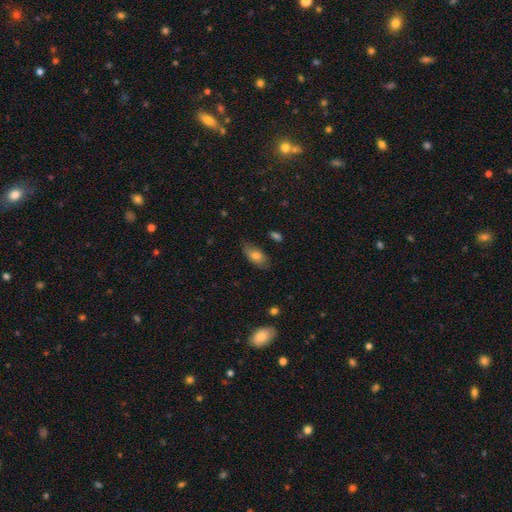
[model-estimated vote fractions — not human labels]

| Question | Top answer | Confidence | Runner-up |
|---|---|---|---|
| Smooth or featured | smooth | 75% | featured or disk (17%) |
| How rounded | in between | 88% | cigar-shaped (8%) |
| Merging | none | 75% | minor disturbance (19%) |